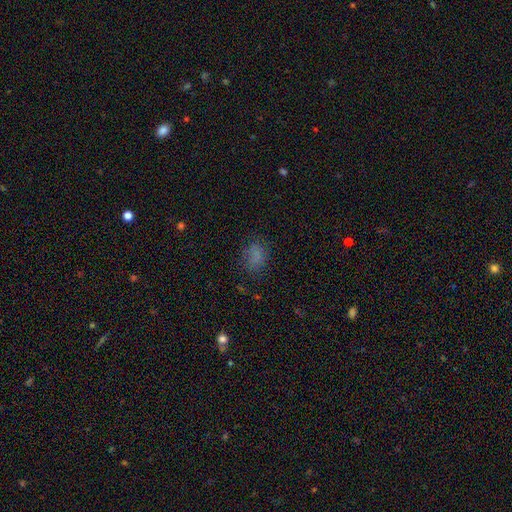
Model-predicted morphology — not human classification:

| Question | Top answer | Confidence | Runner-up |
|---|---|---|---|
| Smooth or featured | smooth | 73% | star or artifact (16%) |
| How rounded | in between | 69% | round (30%) |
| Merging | none | 67% | minor disturbance (20%) |